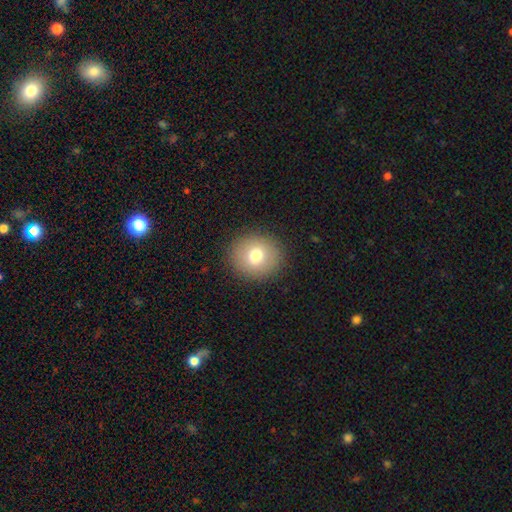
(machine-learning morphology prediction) Smooth or featured: smooth — 74% (featured or disk — 15%)
How rounded: round — 85% (in between — 14%)
Merging: none — 90% (minor disturbance — 6%)